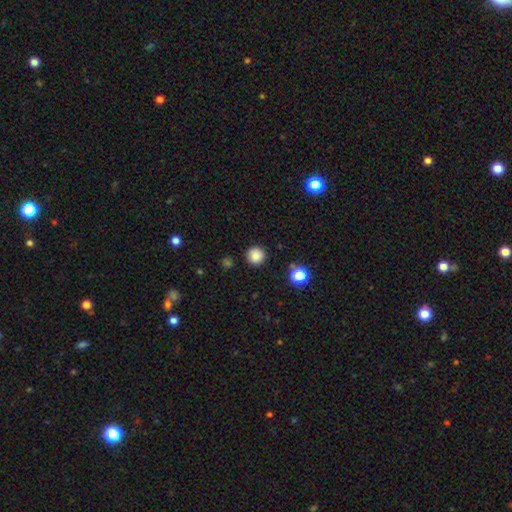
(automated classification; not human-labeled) A smooth galaxy with no disk features (85%) that is round (95%).

Vote fractions:
- Smooth or featured? smooth: 85% / star or artifact: 12% / featured or disk: 4%
- How rounded? round: 95% / in between: 4% / cigar-shaped: 1%
- Merging? none: 90% / minor disturbance: 6% / major disturbance: 2% / merger: 2%